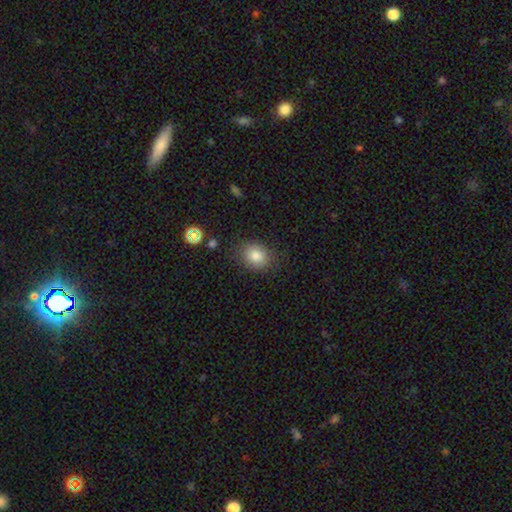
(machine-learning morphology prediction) This is clearly a smooth galaxy (83%). How rounded: possibly round (53%). Merging: clearly none (81%).